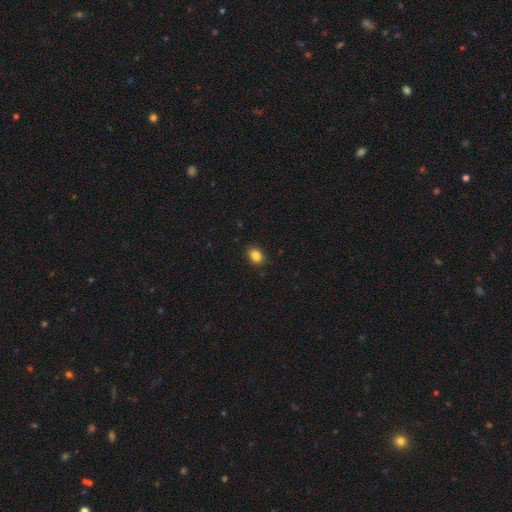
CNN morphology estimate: This appears to be a smooth galaxy with no disk features (86%) that is in between round and cigar-shaped (71%). Merging: none (88%).